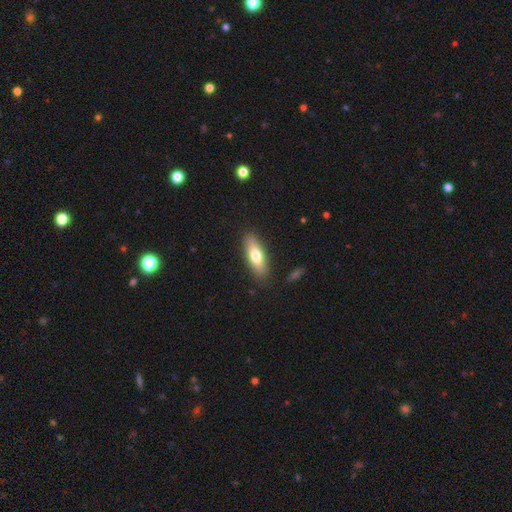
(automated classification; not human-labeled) This appears to be a smooth galaxy with no disk features (70%) that is in between round and cigar-shaped (56%). Merging: none (86%).